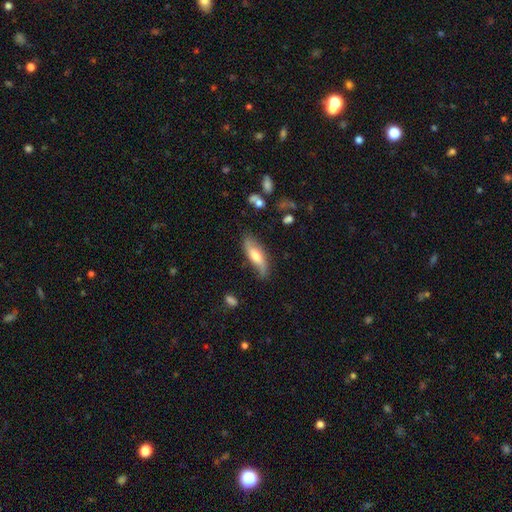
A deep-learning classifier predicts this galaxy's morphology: smooth-or-featured: smooth: 52% | featured or disk: 42% | star or artifact: 6%
  how-rounded: in between: 57% | cigar-shaped: 40% | round: 2%
  merging: none: 68% | minor disturbance: 24% | major disturbance: 6% | merger: 3%